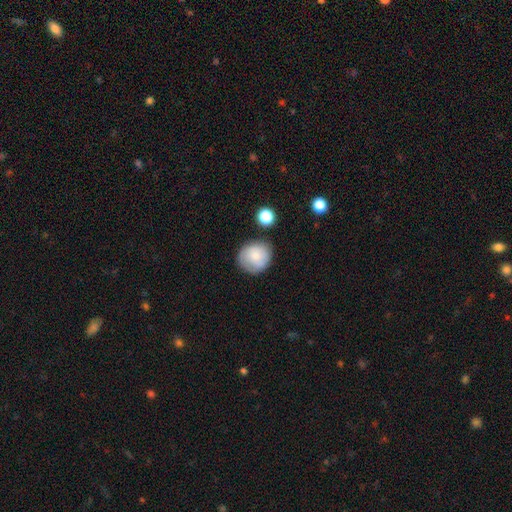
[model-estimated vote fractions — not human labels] A smooth galaxy with no disk features (73%) that is round (82%).

Vote fractions:
- Smooth or featured? smooth: 73% / featured or disk: 19% / star or artifact: 8%
- How rounded? round: 82% / in between: 18% / cigar-shaped: 1%
- Merging? none: 70% / minor disturbance: 19% / merger: 5% / major disturbance: 5%